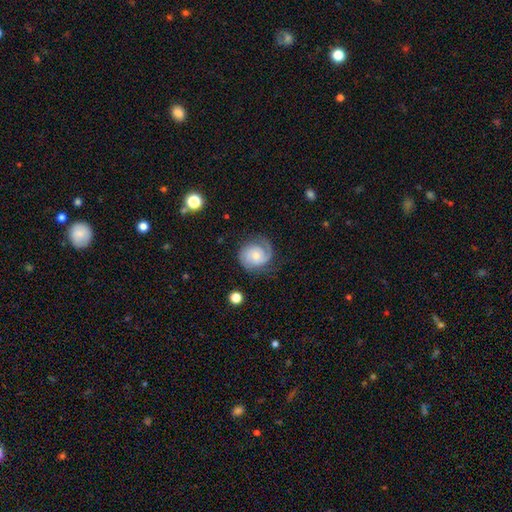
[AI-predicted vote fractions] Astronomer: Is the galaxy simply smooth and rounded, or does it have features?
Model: featured or disk — 72%.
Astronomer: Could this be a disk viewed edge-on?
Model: no — 97%.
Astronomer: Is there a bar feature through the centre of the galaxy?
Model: no — 73%.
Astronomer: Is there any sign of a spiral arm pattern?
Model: yes — 94%.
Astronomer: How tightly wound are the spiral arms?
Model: tight — 51% (runner-up: medium, 35%).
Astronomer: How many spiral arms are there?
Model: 2 — 45% (runner-up: 1, 34%).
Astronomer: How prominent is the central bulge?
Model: small — 50% (runner-up: moderate, 45%).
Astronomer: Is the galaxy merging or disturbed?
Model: none — 67%.